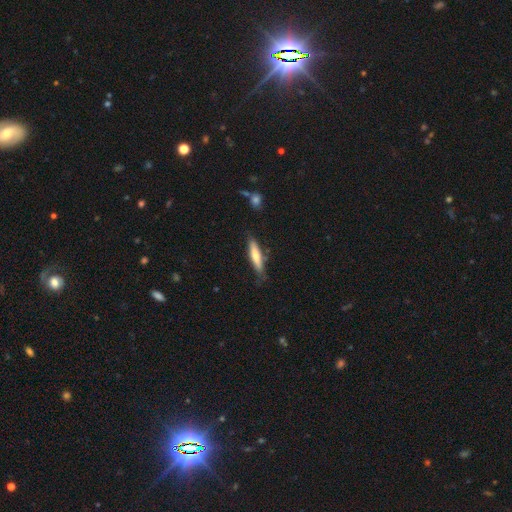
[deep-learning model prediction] This is likely a smooth galaxy (64%). How rounded: clearly cigar-shaped (82%). Merging: likely none (74%).